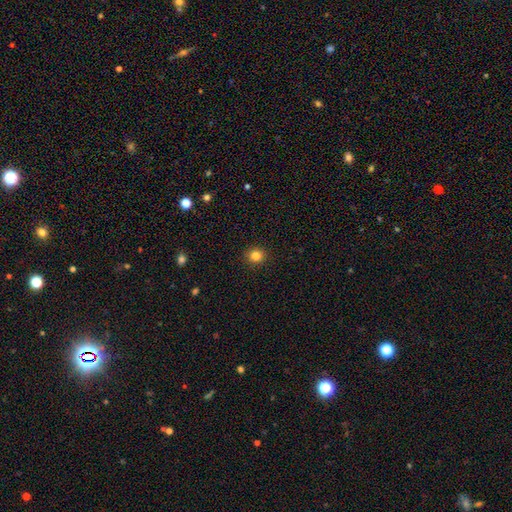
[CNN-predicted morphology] smooth_or_featured: smooth (p=0.83) [alt: star or artifact p=0.12]
how_rounded: round (p=0.88) [alt: in between p=0.12]
merging: none (p=0.92) [alt: minor disturbance p=0.05]